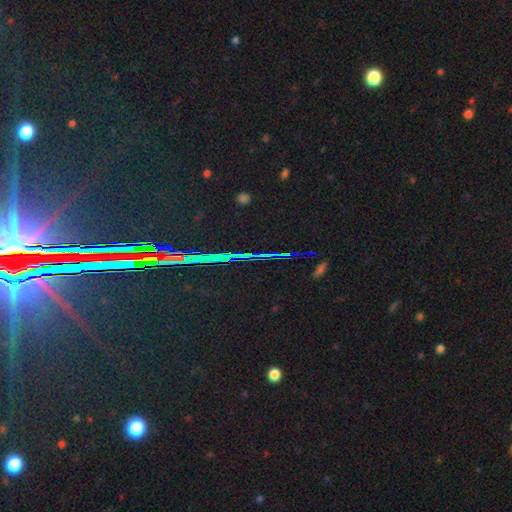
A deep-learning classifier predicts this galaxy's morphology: The model was most divided on "smooth or featured": star or artifact: 85%, featured or disk: 8%, smooth: 7%.